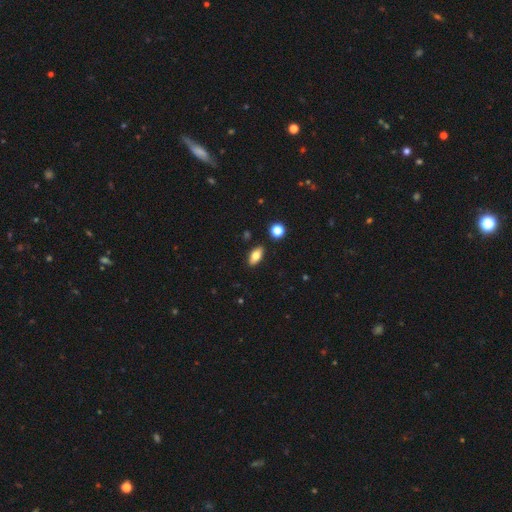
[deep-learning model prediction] Morphology: type=smooth (74%); roundness=in between (86%); merging=none (88%).